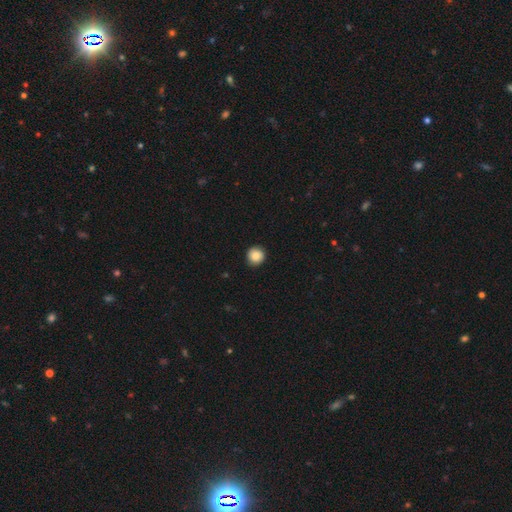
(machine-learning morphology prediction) Overall: smooth (87%). How rounded: round (94%). Merging: none (91%).